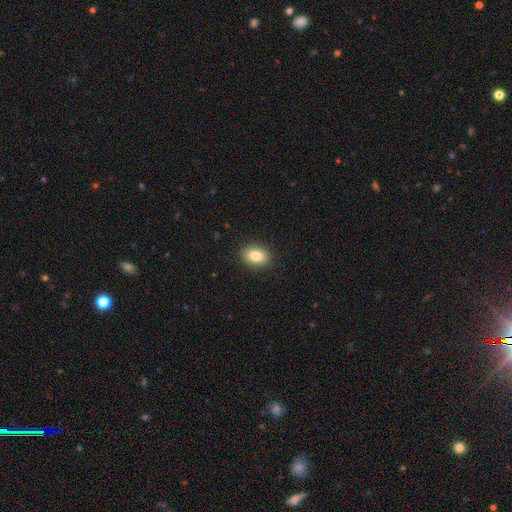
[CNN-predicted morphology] This is clearly a smooth galaxy (84%). How rounded: likely in between (74%). Merging: clearly none (90%).